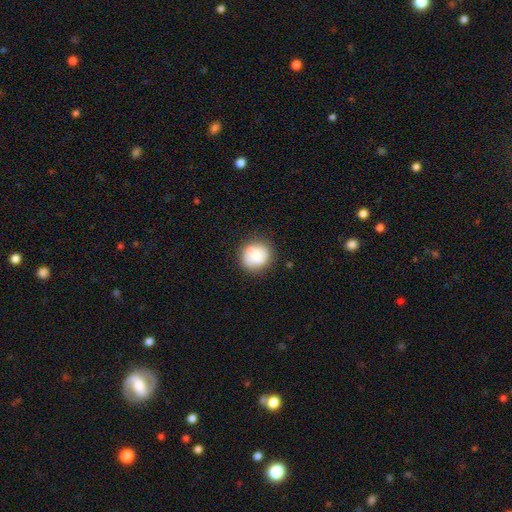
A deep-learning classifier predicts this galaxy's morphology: Smooth or featured: smooth — 69% (featured or disk — 23%)
How rounded: round — 89% (in between — 10%)
Merging: none — 81% (minor disturbance — 14%)